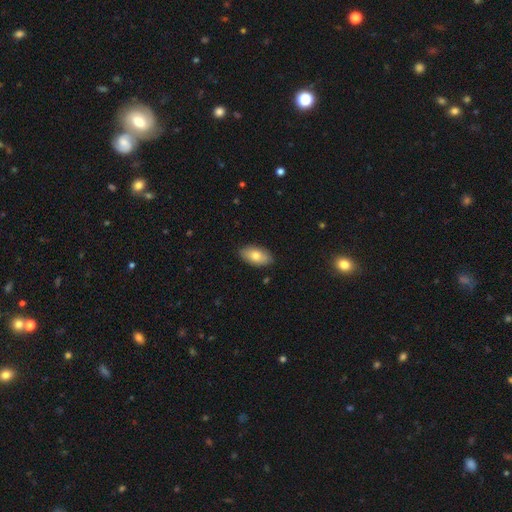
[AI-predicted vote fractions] The model was most divided on "smooth or featured": smooth: 77%, featured or disk: 16%, star or artifact: 6%. More confident: how rounded — in between (94%); merging — none (86%).